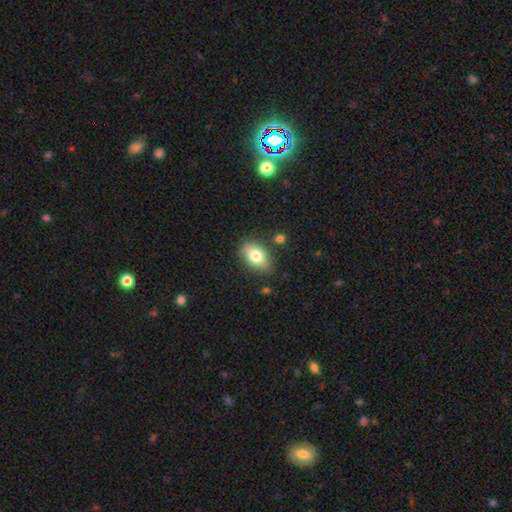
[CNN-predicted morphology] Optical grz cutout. It shows a smooth galaxy with no disk features (79%) that is in between round and cigar-shaped (88%). Merging: none (77%).